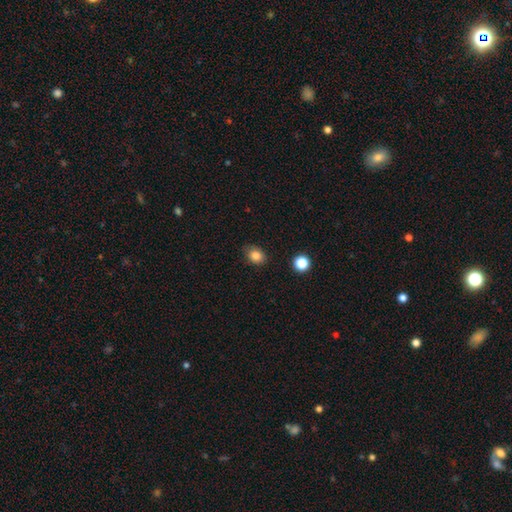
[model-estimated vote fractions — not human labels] smooth 83%, star or artifact 11%, featured or disk 6%. Down the decision tree: how rounded — in between (51%); merging — none (80%).